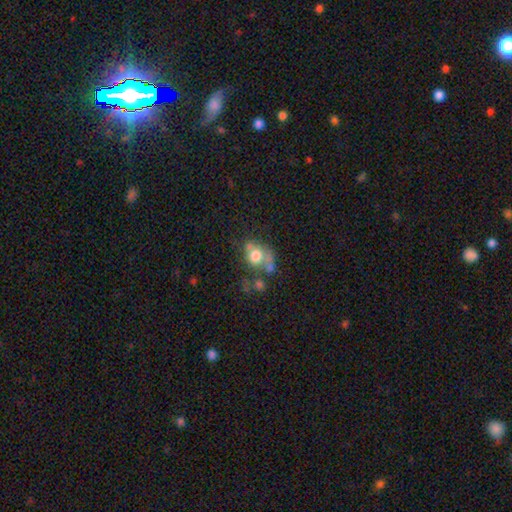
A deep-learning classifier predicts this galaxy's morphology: A smooth galaxy with no disk features (64%) that is round (61%).

Vote fractions:
- Smooth or featured? smooth: 64% / featured or disk: 25% / star or artifact: 11%
- How rounded? round: 61% / in between: 38% / cigar-shaped: 1%
- Merging? none: 34% / merger: 30% / minor disturbance: 19% / major disturbance: 17%